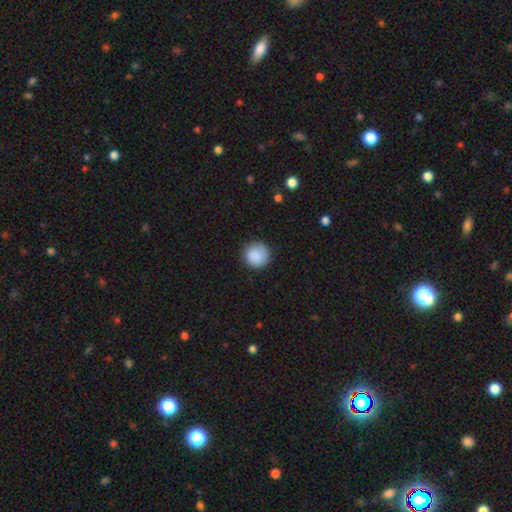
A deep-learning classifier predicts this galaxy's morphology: A smooth galaxy with no disk features (89%) that is round (95%).

Vote fractions:
- Smooth or featured? smooth: 89% / star or artifact: 8% / featured or disk: 4%
- How rounded? round: 95% / in between: 4% / cigar-shaped: 1%
- Merging? none: 87% / minor disturbance: 9% / major disturbance: 3% / merger: 1%